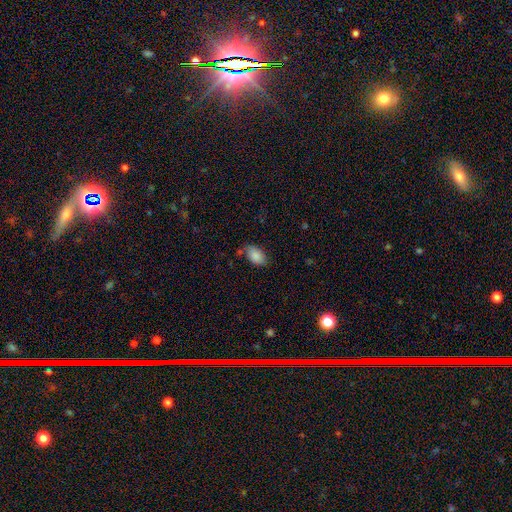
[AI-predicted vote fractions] Smooth or featured? smooth (86%)
How rounded? in between (91%)
Merging? none (71%)